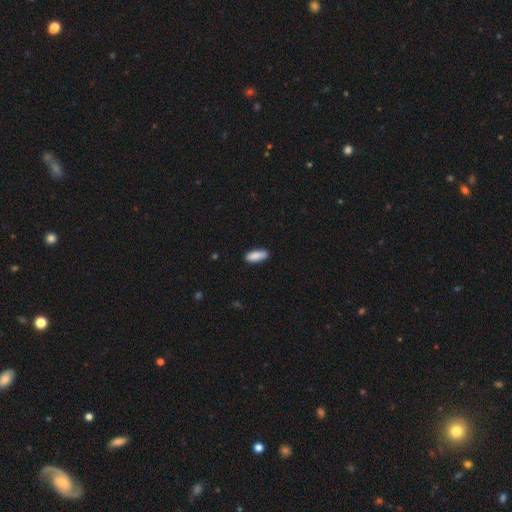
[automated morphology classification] smooth 89%, star or artifact 6%, featured or disk 5%. Down the decision tree: how rounded — in between (75%); merging — none (86%).